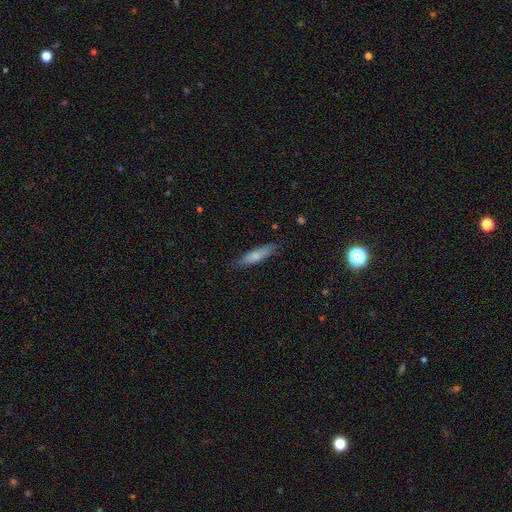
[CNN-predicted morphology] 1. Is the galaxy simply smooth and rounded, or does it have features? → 75% smooth, 20% featured or disk, 6% star or artifact.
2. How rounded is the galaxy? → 73% cigar-shaped, 26% in between, 2% round.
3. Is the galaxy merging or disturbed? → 82% none, 14% minor disturbance, 2% major disturbance, 1% merger.